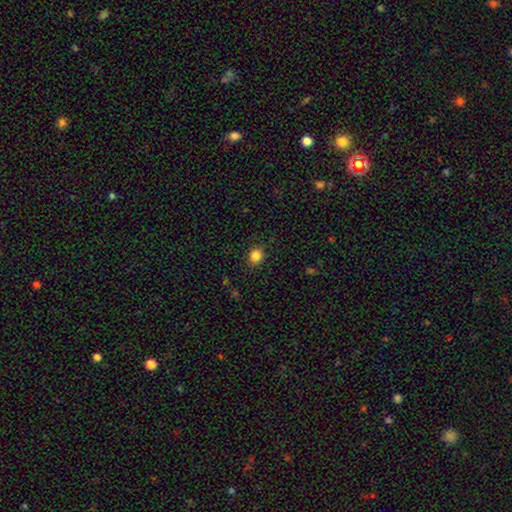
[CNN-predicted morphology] Smooth or featured?
  - smooth: 85% *
  - star or artifact: 11%
  - featured or disk: 4%
How rounded?
  - round: 68% *
  - in between: 31%
  - cigar-shaped: 1%
Merging?
  - none: 88% *
  - minor disturbance: 9%
  - major disturbance: 3%
  - merger: 1%